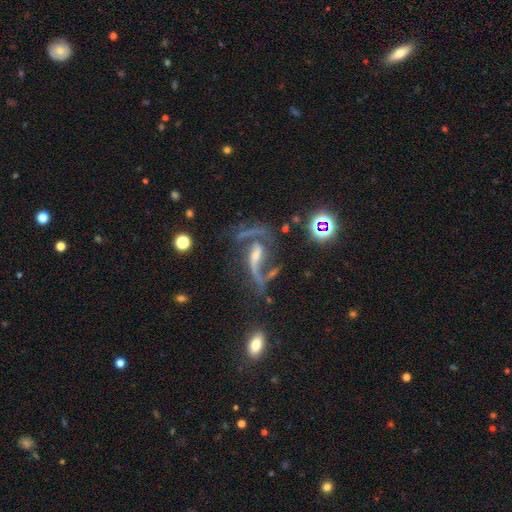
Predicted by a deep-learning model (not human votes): featured or disk 84%, star or artifact 10%, smooth 6%. Down the decision tree: edge-on disk — no (91%); bar — weak (40%); spiral arms — yes (93%); spiral arm count — 2 (87%); spiral winding — loose (70%); bulge size — small (48%); merging — none (47%).